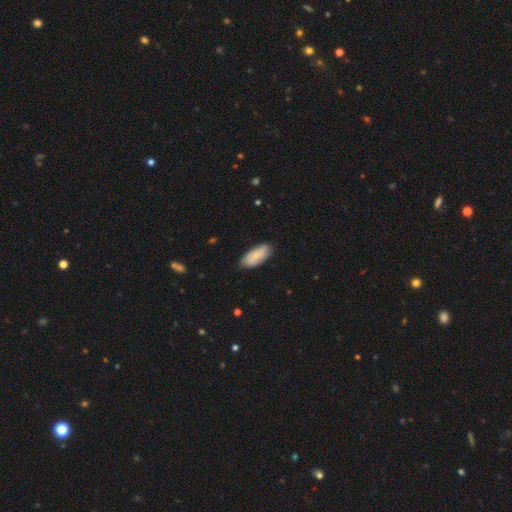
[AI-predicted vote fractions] A smooth galaxy with no disk features (82%) that is in between round and cigar-shaped (87%).

Vote fractions:
- Smooth or featured? smooth: 82% / featured or disk: 12% / star or artifact: 6%
- How rounded? in between: 87% / cigar-shaped: 11% / round: 2%
- Merging? none: 82% / minor disturbance: 14% / major disturbance: 2% / merger: 1%